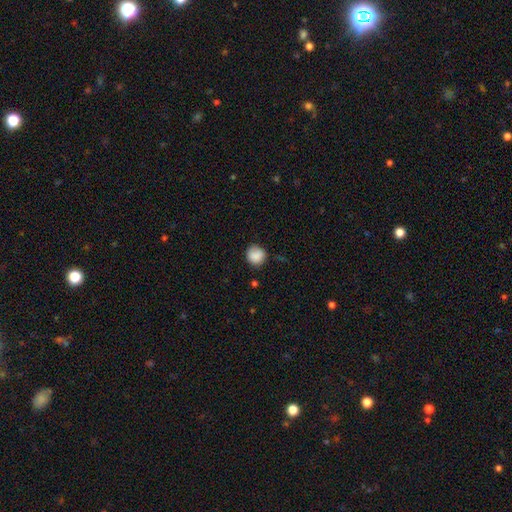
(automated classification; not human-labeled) Overall: smooth (87%). How rounded: round (88%). Merging: none (76%).